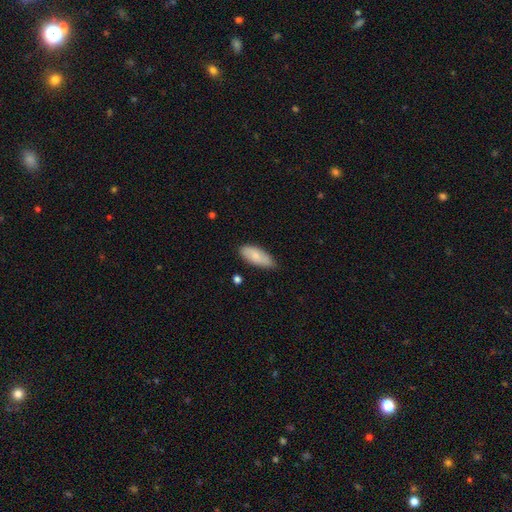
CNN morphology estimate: Q: Smooth or featured?
A: smooth (79%); runner-up: featured or disk (16%)
Q: How rounded?
A: in between (83%); runner-up: cigar-shaped (15%)
Q: Merging?
A: none (73%); runner-up: minor disturbance (22%)